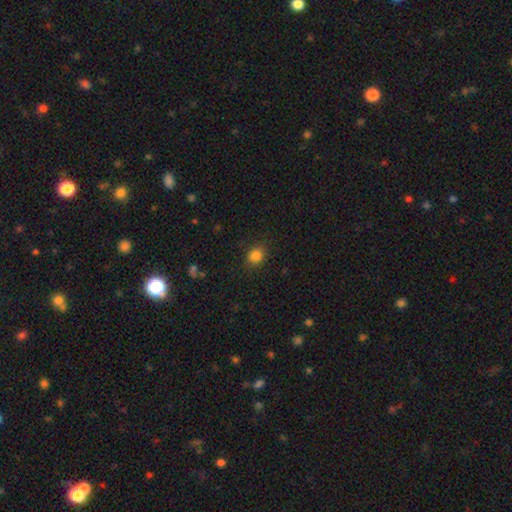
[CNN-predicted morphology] Overall: smooth (84%). How rounded: round (61%; in between 38%). Merging: none (86%).